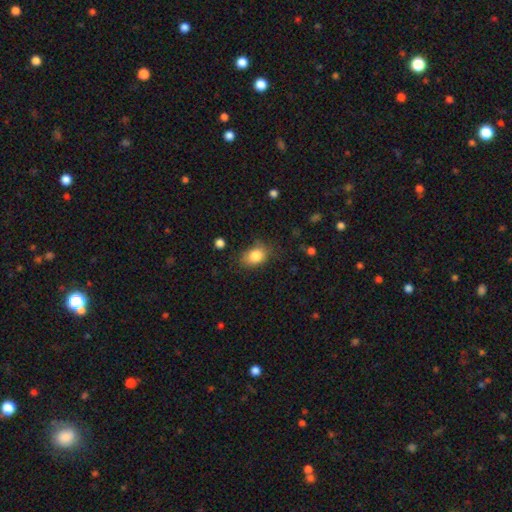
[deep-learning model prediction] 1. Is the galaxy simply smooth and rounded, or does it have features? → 82% smooth, 9% star or artifact, 8% featured or disk.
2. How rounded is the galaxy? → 73% in between, 26% round, 1% cigar-shaped.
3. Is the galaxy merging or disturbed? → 67% none, 24% minor disturbance, 7% major disturbance, 2% merger.